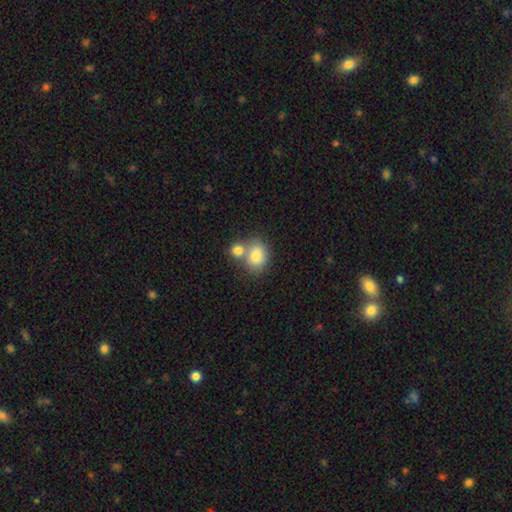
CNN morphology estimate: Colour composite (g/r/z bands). It shows a smooth galaxy with no disk features (82%) that is round (50%). Merging: merger (44%).